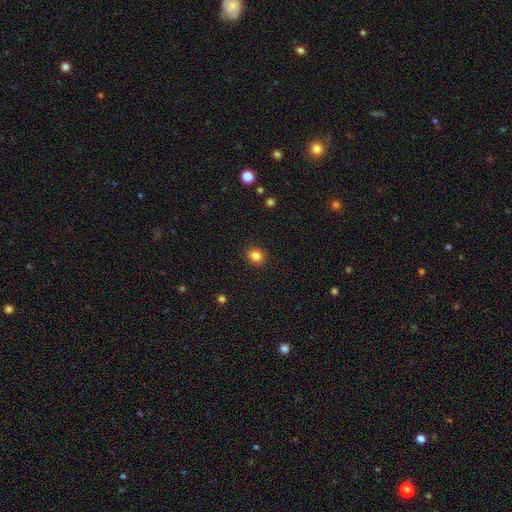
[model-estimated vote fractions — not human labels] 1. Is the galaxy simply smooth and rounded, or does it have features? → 85% smooth, 11% star or artifact, 4% featured or disk.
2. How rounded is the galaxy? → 83% round, 16% in between, 1% cigar-shaped.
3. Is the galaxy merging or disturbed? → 91% none, 6% minor disturbance, 2% major disturbance, 1% merger.